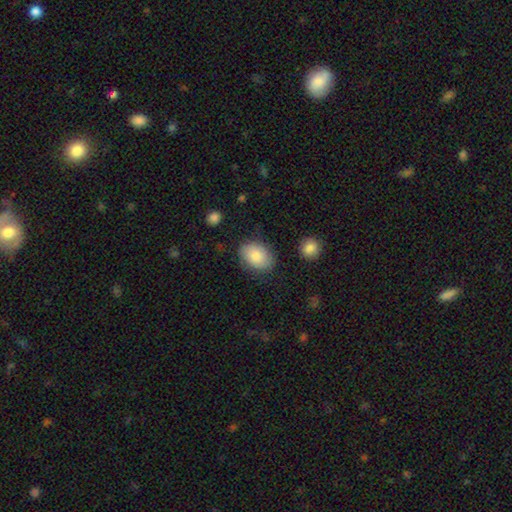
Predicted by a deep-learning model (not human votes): Smooth or featured?
  - smooth: 82% *
  - featured or disk: 11%
  - star or artifact: 7%
How rounded?
  - in between: 78% *
  - round: 21%
  - cigar-shaped: 1%
Merging?
  - none: 80% *
  - minor disturbance: 14%
  - major disturbance: 4%
  - merger: 2%